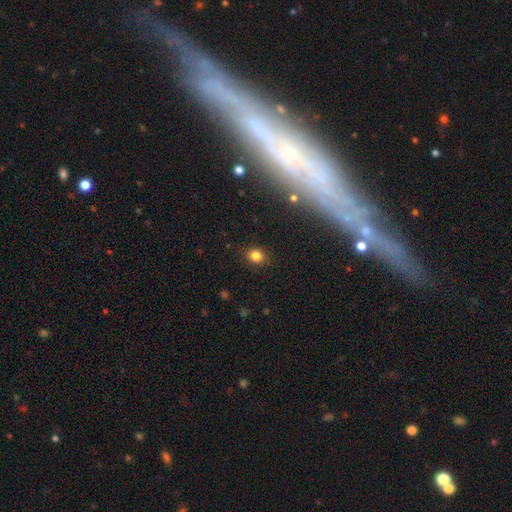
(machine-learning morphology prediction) smooth 82%, star or artifact 13%, featured or disk 6%. Down the decision tree: how rounded — round (58%); merging — none (87%).